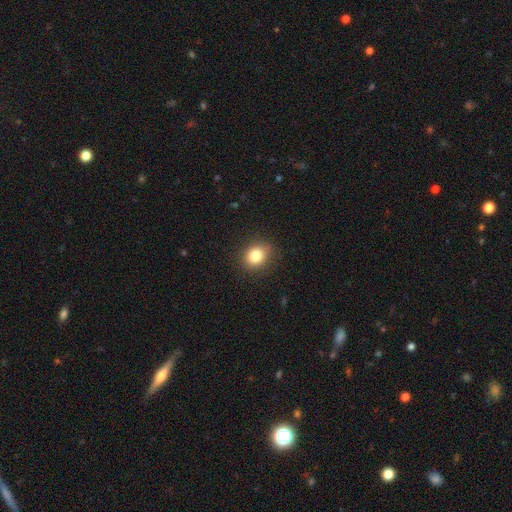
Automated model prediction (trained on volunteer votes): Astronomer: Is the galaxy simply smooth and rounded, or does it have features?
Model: smooth — 82%.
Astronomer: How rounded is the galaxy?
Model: round — 66%.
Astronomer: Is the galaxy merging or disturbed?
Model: none — 86%.